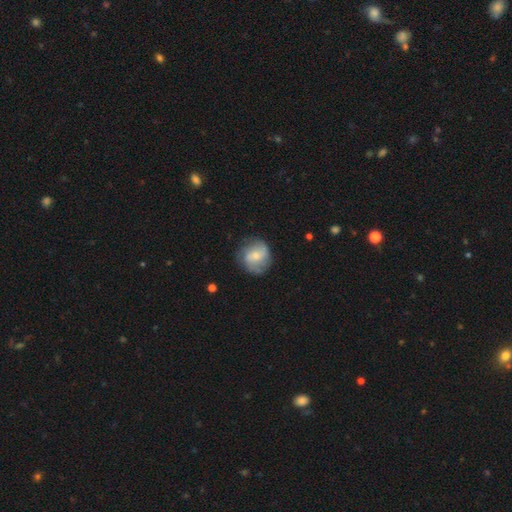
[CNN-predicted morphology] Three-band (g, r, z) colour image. It shows a smooth galaxy with no disk features (47%). Merging: none (72%).